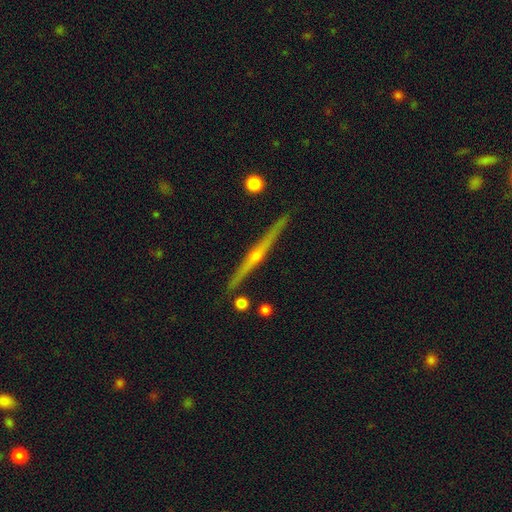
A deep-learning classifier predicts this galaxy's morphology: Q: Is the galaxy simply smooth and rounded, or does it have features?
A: featured or disk — 85%.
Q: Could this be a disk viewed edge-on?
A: yes — 98%.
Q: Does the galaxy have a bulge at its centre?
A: rounded — 86%.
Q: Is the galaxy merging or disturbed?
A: none — 90%.